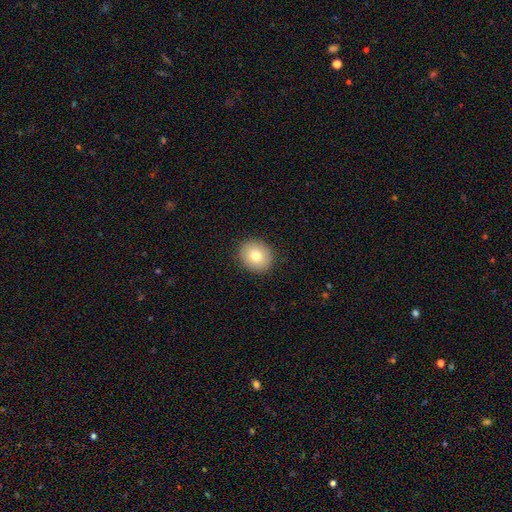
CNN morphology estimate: smooth 79%, featured or disk 12%, star or artifact 9%. Down the decision tree: how rounded — round (71%); merging — none (90%).